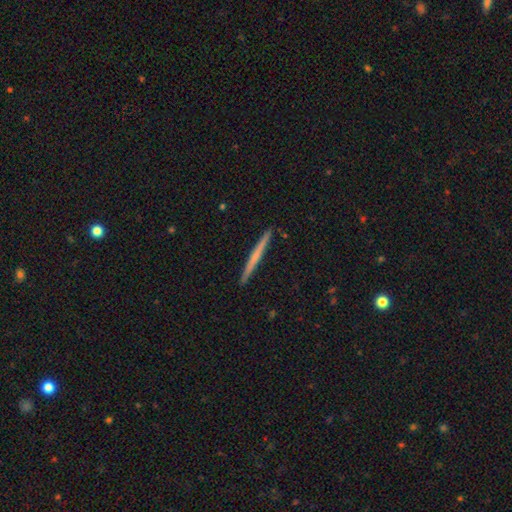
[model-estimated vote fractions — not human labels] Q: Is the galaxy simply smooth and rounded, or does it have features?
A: smooth — 48%.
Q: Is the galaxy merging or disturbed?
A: none — 93%.